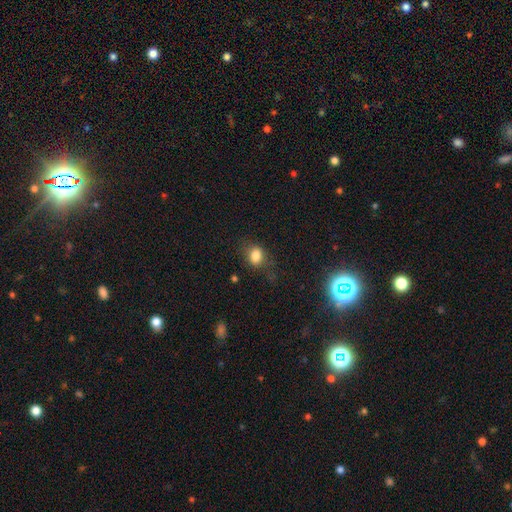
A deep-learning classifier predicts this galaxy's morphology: smooth_or_featured: smooth (p=0.81) [alt: star or artifact p=0.11]
how_rounded: in between (p=0.61) [alt: round p=0.37]
merging: none (p=0.65) [alt: minor disturbance p=0.23]